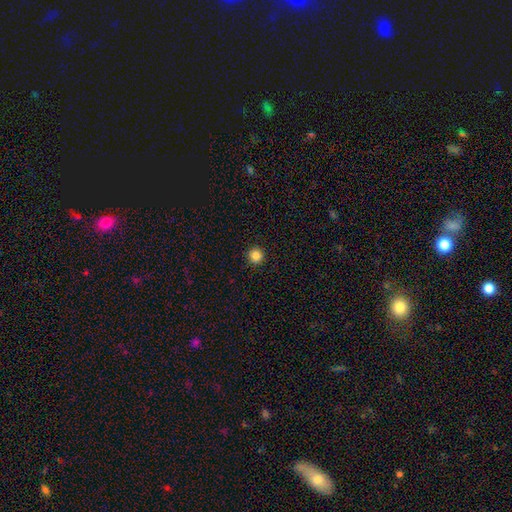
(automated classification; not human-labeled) A smooth galaxy with no disk features (85%) that is round (96%). Merging: none (93%).